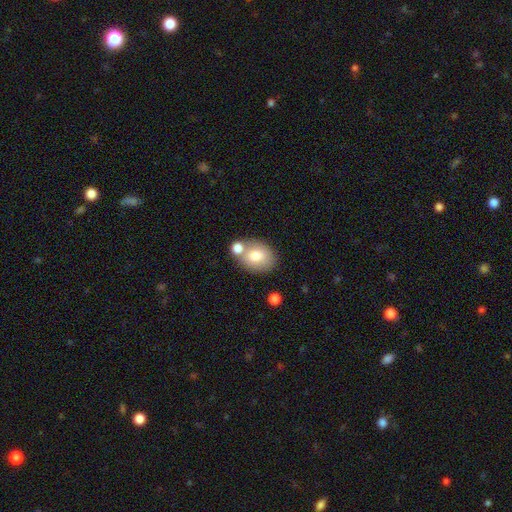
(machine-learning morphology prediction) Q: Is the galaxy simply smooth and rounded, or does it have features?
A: smooth — 76%.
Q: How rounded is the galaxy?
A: in between — 58%.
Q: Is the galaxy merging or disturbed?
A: none — 56%.